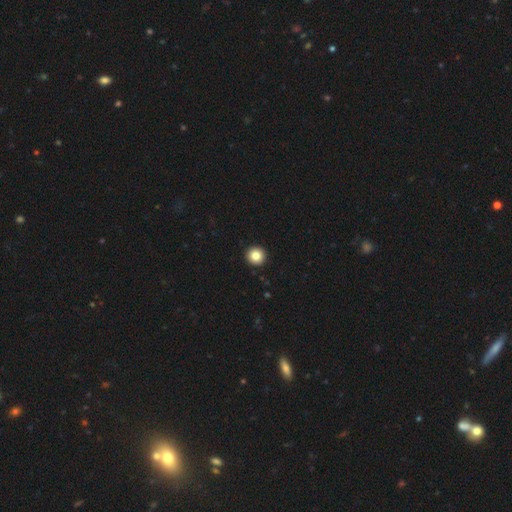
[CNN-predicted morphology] A smooth galaxy with no disk features (85%) that is round (95%). Merging: none (94%).